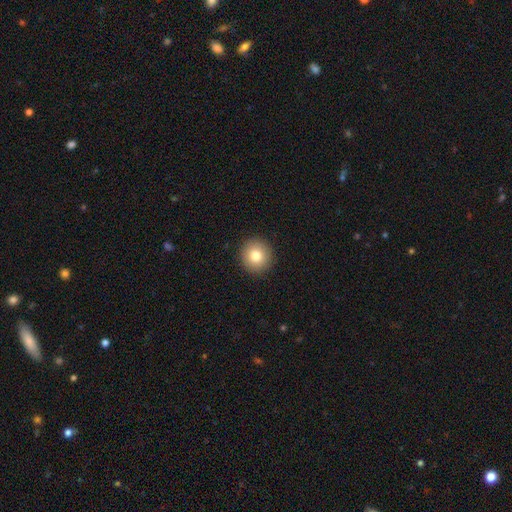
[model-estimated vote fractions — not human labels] Q: Smooth or featured?
A: smooth (79%); runner-up: featured or disk (11%)
Q: How rounded?
A: round (94%); runner-up: in between (5%)
Q: Merging?
A: none (92%); runner-up: minor disturbance (5%)